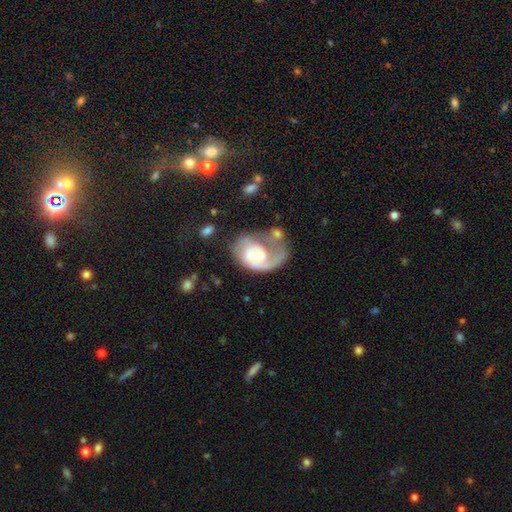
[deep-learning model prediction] Smooth or featured? featured or disk (76%)
Edge-on disk? no (97%)
Bar? no (65%)
Spiral arms? yes (88%)
Spiral winding? tight (38%)
Spiral arm count? 1 (61%)
Bulge size? small (45%)
Merging? major disturbance (38%)